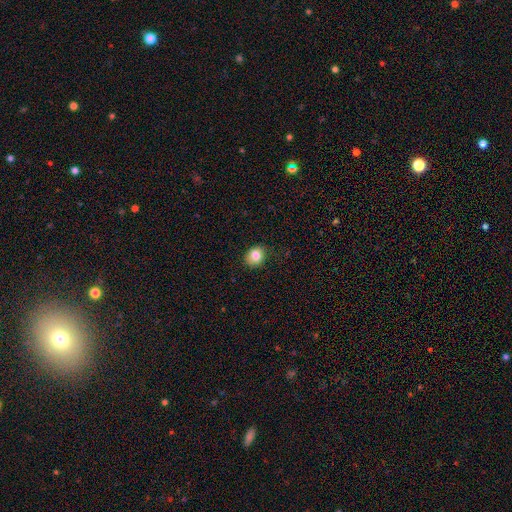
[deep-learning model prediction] smooth-or-featured: smooth: 83% | star or artifact: 10% | featured or disk: 8%
  how-rounded: round: 65% | in between: 34% | cigar-shaped: 1%
  merging: none: 78% | minor disturbance: 17% | major disturbance: 4% | merger: 1%